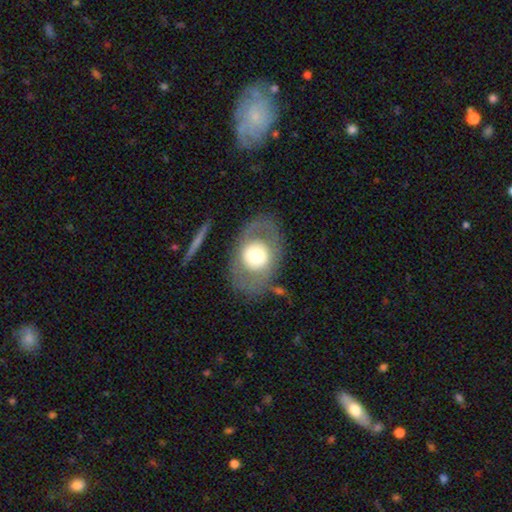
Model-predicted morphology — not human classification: type=smooth (50%); roundness=in between (71%); merging=none (72%).